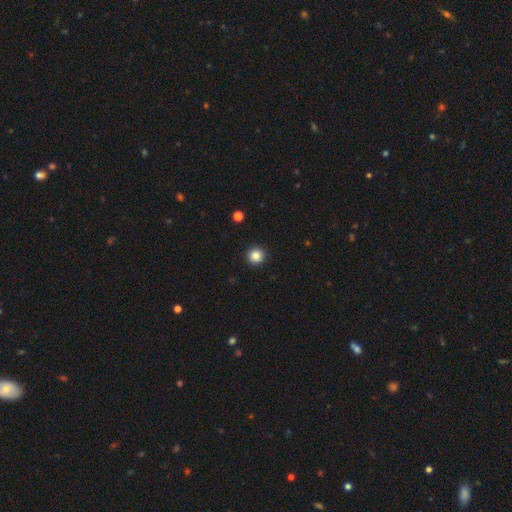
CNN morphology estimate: Smooth or featured?
  - smooth: 85% *
  - star or artifact: 11%
  - featured or disk: 4%
How rounded?
  - round: 95% *
  - in between: 4%
  - cigar-shaped: 1%
Merging?
  - none: 93% *
  - minor disturbance: 4%
  - major disturbance: 2%
  - merger: 1%